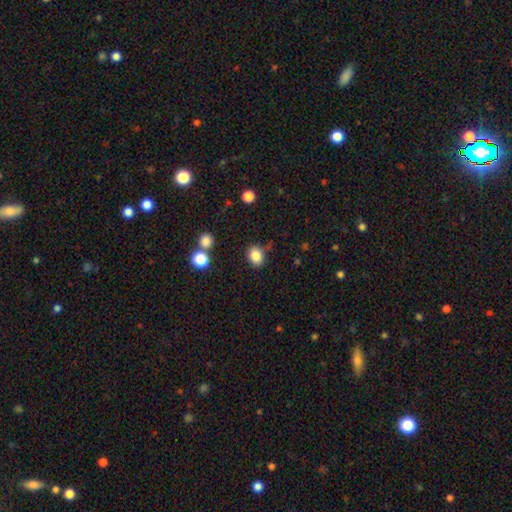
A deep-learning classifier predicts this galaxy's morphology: Smooth or featured? smooth (84%)
How rounded? round (53%)
Merging? none (76%)